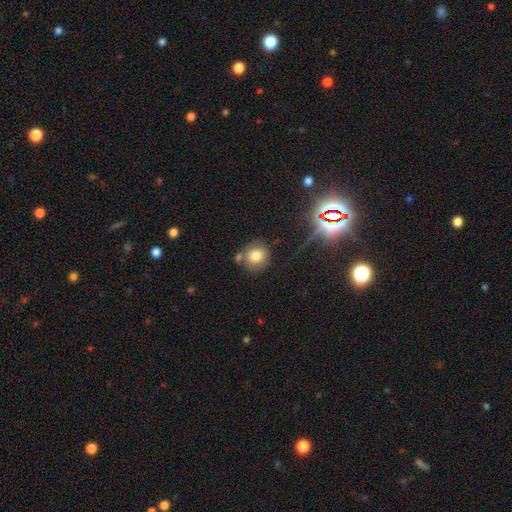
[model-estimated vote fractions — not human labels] Overall: smooth (79%). How rounded: round (86%). Merging: none (68%).